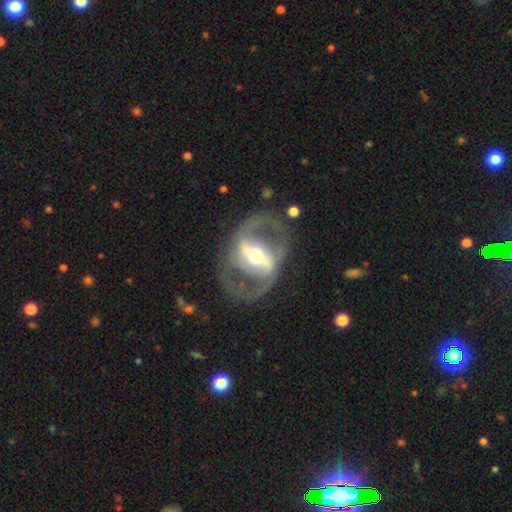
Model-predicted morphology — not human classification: smooth_or_featured: featured or disk (p=0.87) [alt: smooth p=0.08]
disk_edge_on: no (p=0.95) [alt: yes p=0.05]
bar: strong (p=0.67) [alt: weak p=0.23]
has_spiral_arms: yes (p=0.82) [alt: no p=0.18]
spiral_winding: medium (p=0.54) [alt: loose p=0.28]
spiral_arm_count: 2 (p=0.90) [alt: can't tell p=0.05]
bulge_size: moderate (p=0.65) [alt: small p=0.19]
merging: none (p=0.74) [alt: minor disturbance p=0.12]